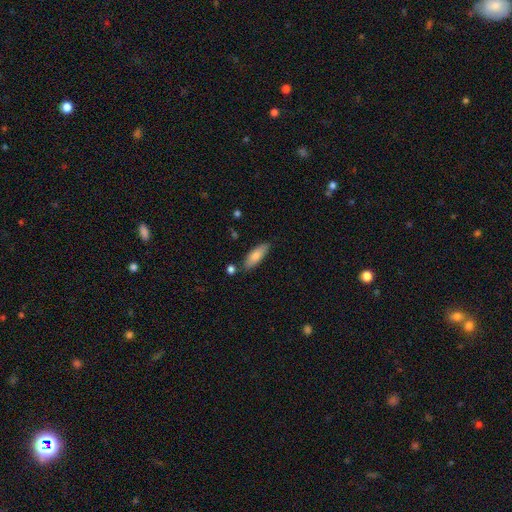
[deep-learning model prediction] This appears to be a smooth galaxy with no disk features (81%) that is in between round and cigar-shaped (61%). Merging: none (77%).